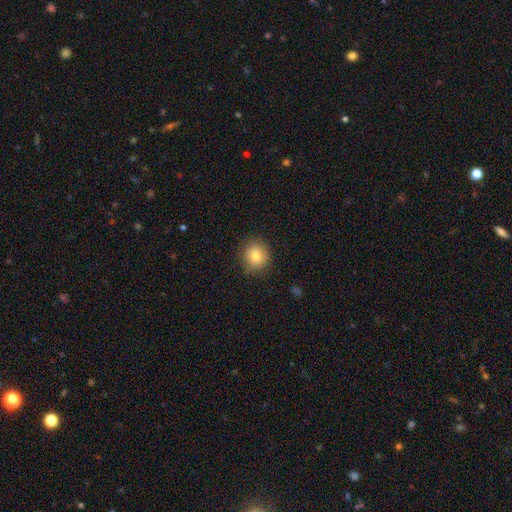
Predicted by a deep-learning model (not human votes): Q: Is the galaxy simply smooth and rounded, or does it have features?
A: smooth — 80%.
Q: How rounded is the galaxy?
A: round — 85%.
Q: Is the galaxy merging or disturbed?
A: none — 85%.